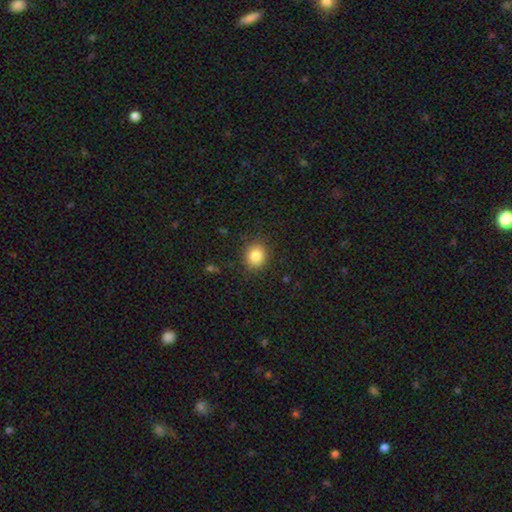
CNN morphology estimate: This is clearly a smooth galaxy (84%). How rounded: likely round (78%). Merging: clearly none (87%).